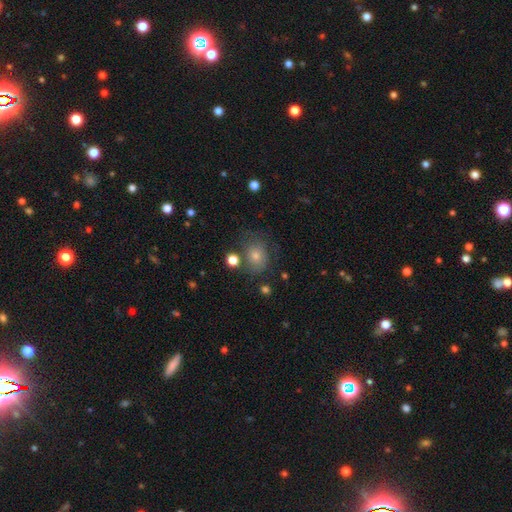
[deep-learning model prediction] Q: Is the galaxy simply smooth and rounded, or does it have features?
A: smooth — 59%.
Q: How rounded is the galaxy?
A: round — 65%.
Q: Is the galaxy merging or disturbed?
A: none — 67%.